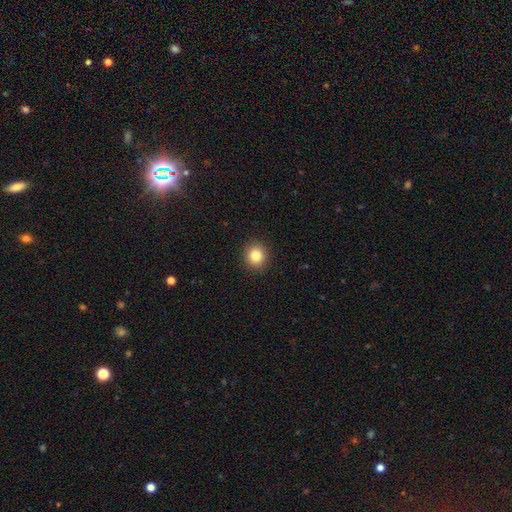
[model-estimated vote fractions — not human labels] Q: Smooth or featured?
A: smooth (83%); runner-up: star or artifact (11%)
Q: How rounded?
A: round (88%); runner-up: in between (11%)
Q: Merging?
A: none (92%); runner-up: minor disturbance (5%)